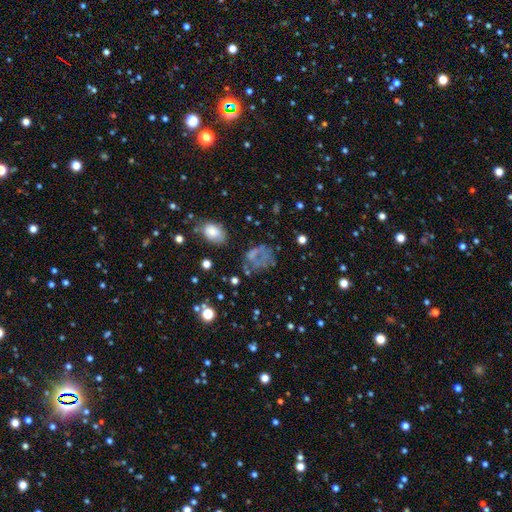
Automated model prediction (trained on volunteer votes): smooth_or_featured: smooth (p=0.45) [alt: featured or disk p=0.34]
merging: none (p=0.40) [alt: major disturbance p=0.31]